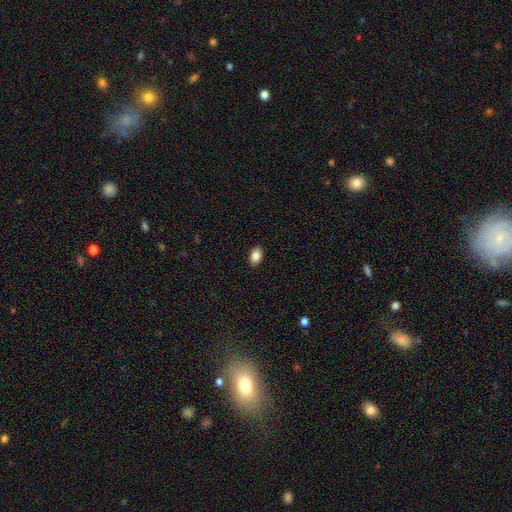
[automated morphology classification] Smooth or featured?
  - smooth: 88% *
  - star or artifact: 8%
  - featured or disk: 4%
How rounded?
  - in between: 89% *
  - round: 9%
  - cigar-shaped: 1%
Merging?
  - none: 90% *
  - minor disturbance: 7%
  - major disturbance: 2%
  - merger: 1%